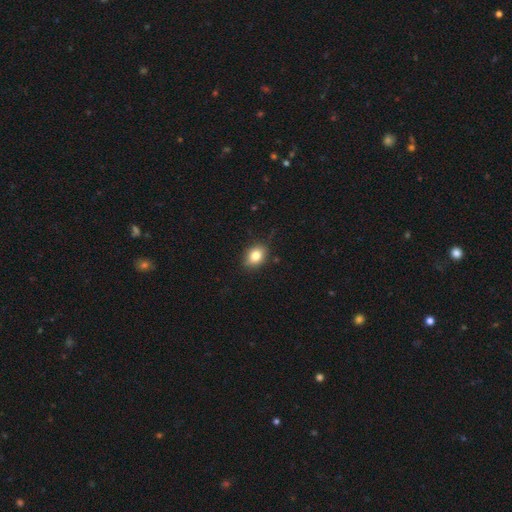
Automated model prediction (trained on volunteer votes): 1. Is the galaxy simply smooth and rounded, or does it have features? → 81% smooth, 9% star or artifact, 9% featured or disk.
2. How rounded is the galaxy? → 66% in between, 33% round, 1% cigar-shaped.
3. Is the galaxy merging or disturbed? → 80% none, 16% minor disturbance, 3% major disturbance, 1% merger.